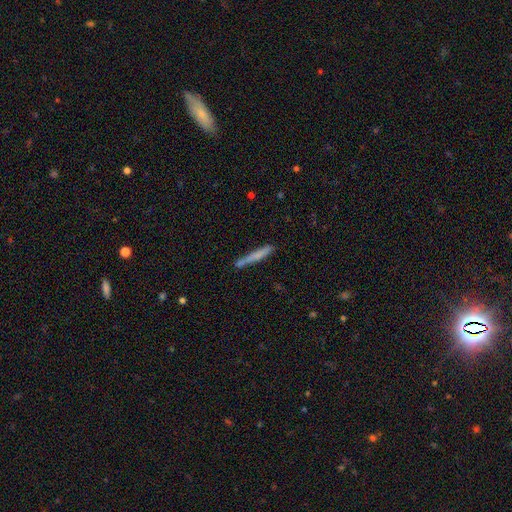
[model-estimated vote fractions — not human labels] A smooth galaxy with no disk features (65%) that is cigar-shaped (96%).

Vote fractions:
- Smooth or featured? smooth: 65% / featured or disk: 28% / star or artifact: 7%
- How rounded? cigar-shaped: 96% / in between: 3% / round: 1%
- Merging? none: 77% / minor disturbance: 14% / merger: 6% / major disturbance: 3%